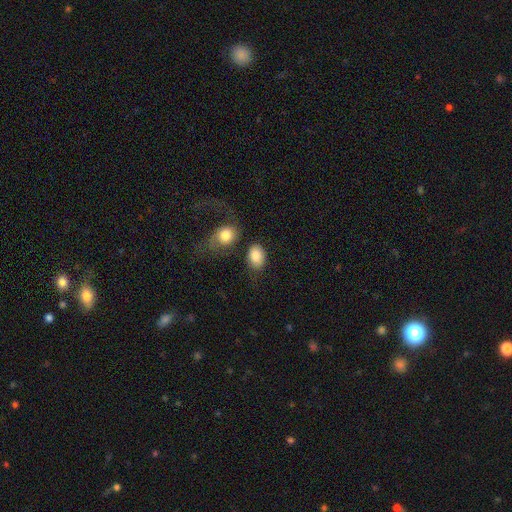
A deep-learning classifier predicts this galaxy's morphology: Smooth or featured? smooth (83%)
How rounded? in between (73%)
Merging? none (61%)